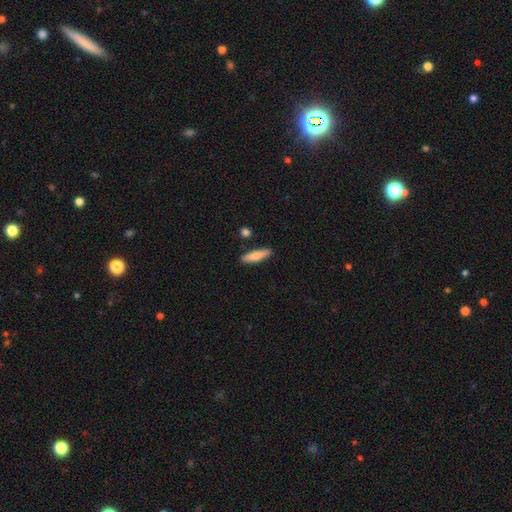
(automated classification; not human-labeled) Smooth or featured? Predicted: smooth (p=0.72). How rounded? Predicted: cigar-shaped (p=0.75). Merging? Predicted: none (p=0.86).